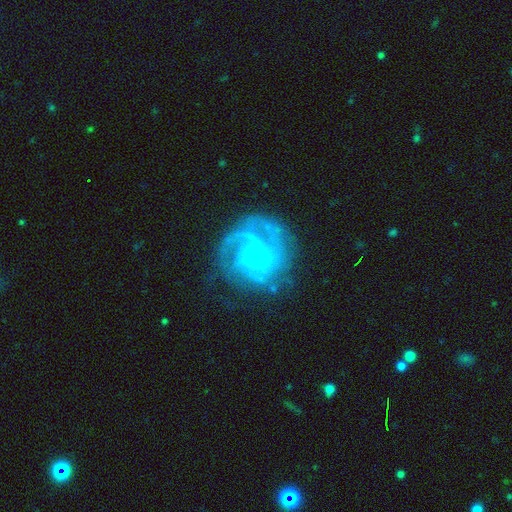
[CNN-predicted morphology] type=featured or disk (80%); edge-on=no (98%); bar=no (46%); spiral arms=yes (90%); winding=tight (52%); arm count=can't tell (32%); bulge=small (42%); merging=none (64%).